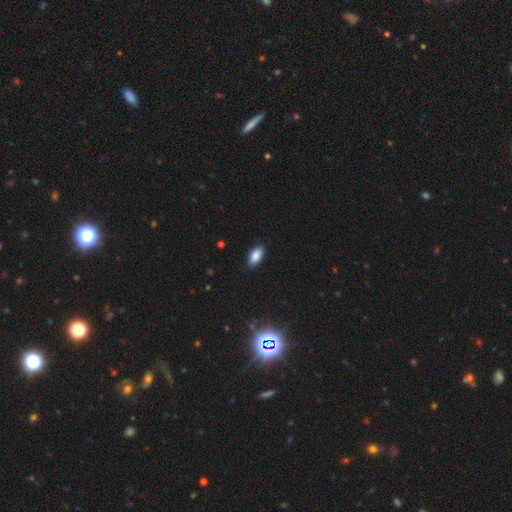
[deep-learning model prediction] smooth 87%, star or artifact 8%, featured or disk 6%. Down the decision tree: how rounded — in between (92%); merging — none (82%).